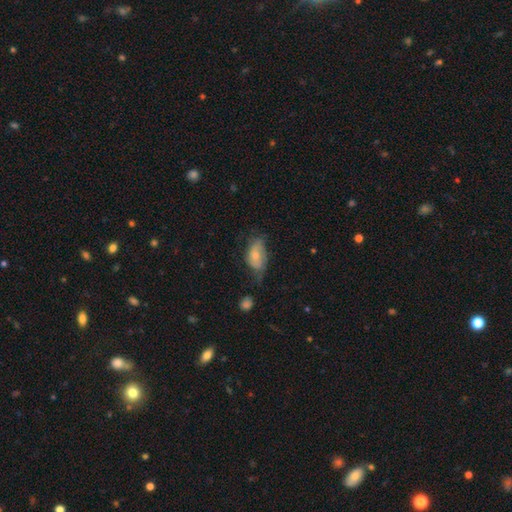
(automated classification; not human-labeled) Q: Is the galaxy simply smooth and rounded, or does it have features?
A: smooth — 65%.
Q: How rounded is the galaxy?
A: in between — 91%.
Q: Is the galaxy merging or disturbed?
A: minor disturbance — 39%.